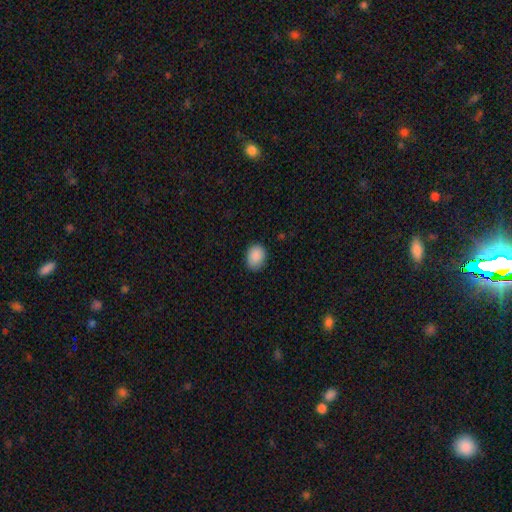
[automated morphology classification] This is clearly a smooth galaxy (89%). How rounded: likely in between (60%). Merging: clearly none (83%).